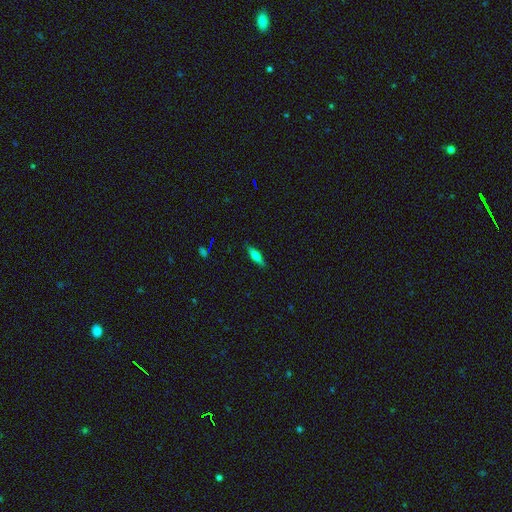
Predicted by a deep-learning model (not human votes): Smooth or featured? smooth (58%)
How rounded? cigar-shaped (60%)
Merging? none (87%)